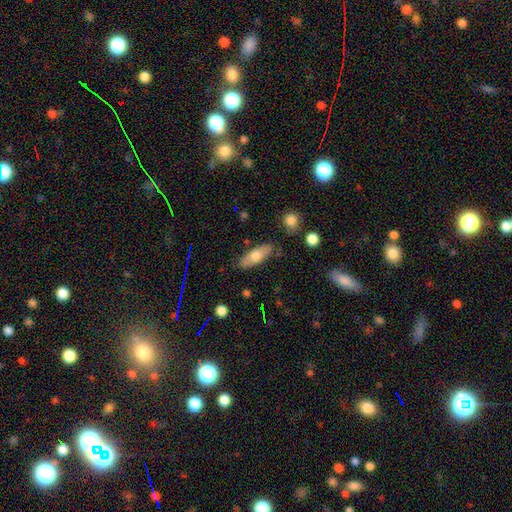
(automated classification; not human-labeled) Morphology: type=smooth (66%); roundness=in between (66%); merging=none (79%).